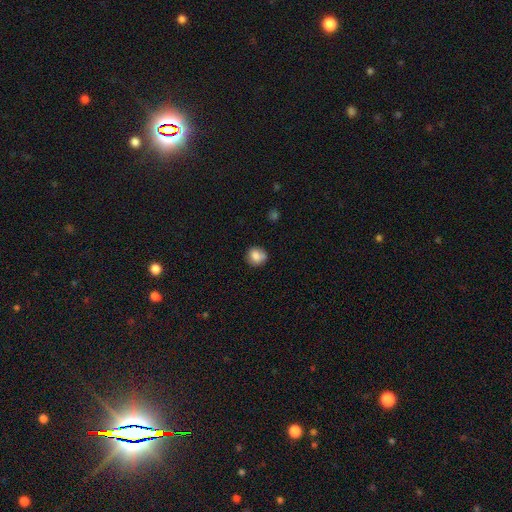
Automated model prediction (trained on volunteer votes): Smooth or featured? Predicted: smooth (p=0.81). How rounded? Predicted: round (p=0.82). Merging? Predicted: none (p=0.69).